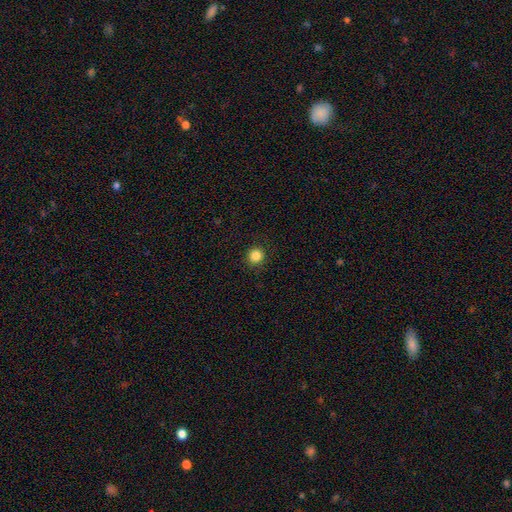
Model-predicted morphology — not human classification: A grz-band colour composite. It shows a smooth galaxy with no disk features (85%) that is round (92%). Merging: none (91%).